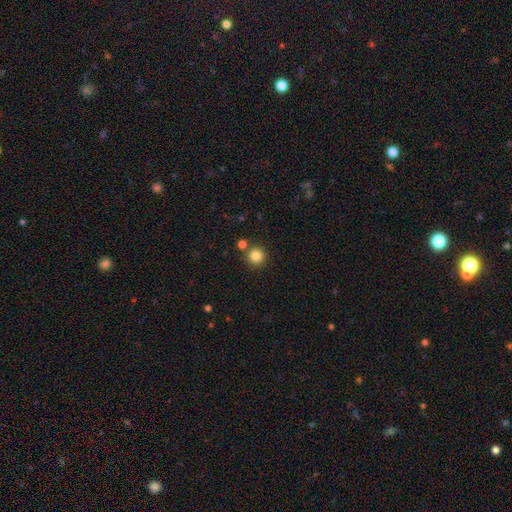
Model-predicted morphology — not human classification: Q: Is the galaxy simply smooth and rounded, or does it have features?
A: smooth — 84%.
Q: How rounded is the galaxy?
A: round — 94%.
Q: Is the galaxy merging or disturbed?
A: none — 81%.